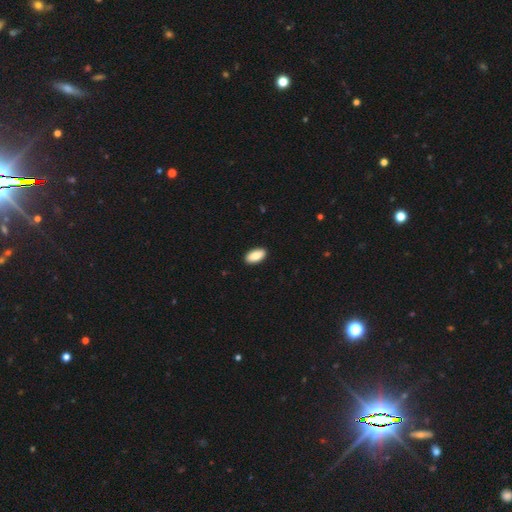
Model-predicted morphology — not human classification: This appears to be a smooth galaxy with no disk features (87%) that is in between round and cigar-shaped (94%). Merging: none (91%).